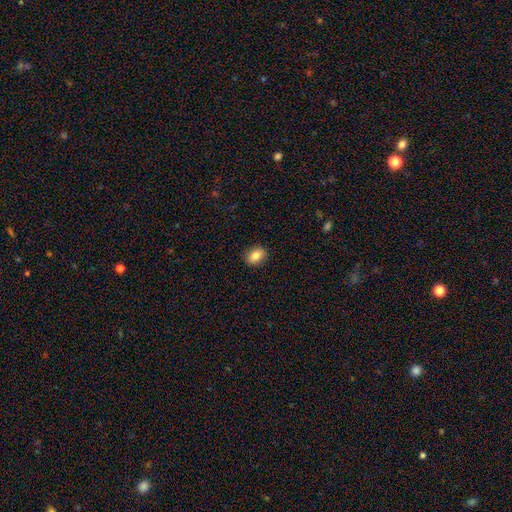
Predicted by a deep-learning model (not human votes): Smooth or featured?
  - smooth: 84% *
  - star or artifact: 9%
  - featured or disk: 8%
How rounded?
  - in between: 66% *
  - round: 33%
  - cigar-shaped: 1%
Merging?
  - none: 90% *
  - minor disturbance: 7%
  - major disturbance: 2%
  - merger: 1%